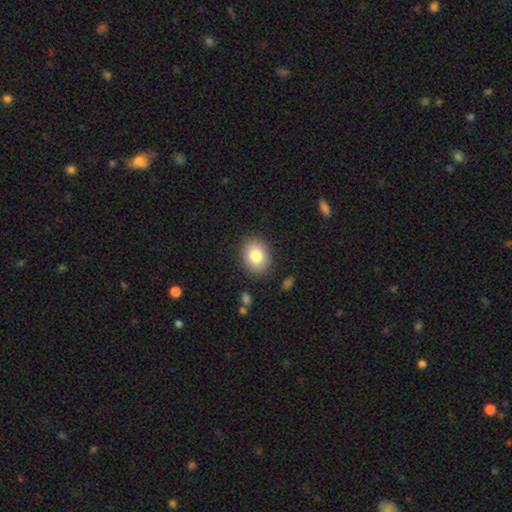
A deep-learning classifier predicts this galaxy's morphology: Smooth or featured? smooth (82%)
How rounded? in between (57%)
Merging? none (87%)